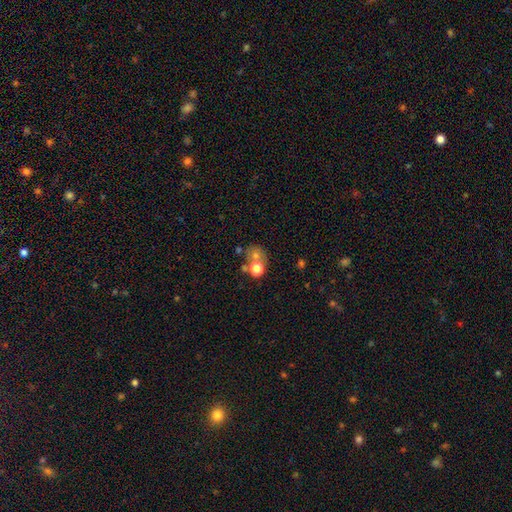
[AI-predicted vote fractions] smooth_or_featured: smooth (p=0.62) [alt: star or artifact p=0.20]
how_rounded: round (p=0.74) [alt: in between p=0.25]
merging: none (p=0.44) [alt: merger p=0.39]